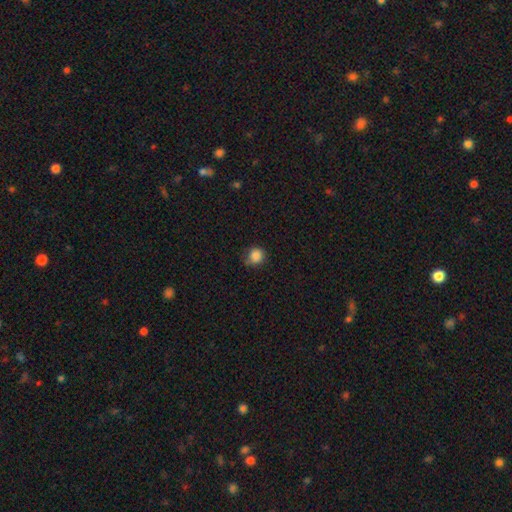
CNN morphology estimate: This appears to be a smooth galaxy with no disk features (85%) that is round (87%). Merging: none (68%).